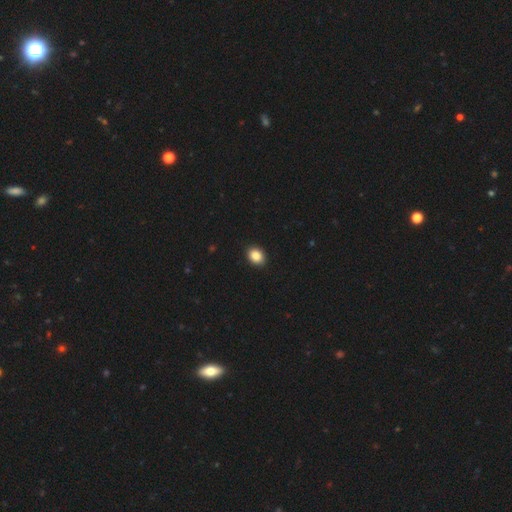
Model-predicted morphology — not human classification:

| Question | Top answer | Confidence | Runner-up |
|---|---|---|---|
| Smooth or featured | smooth | 88% | star or artifact (9%) |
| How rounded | in between | 62% | round (37%) |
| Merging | none | 91% | minor disturbance (6%) |